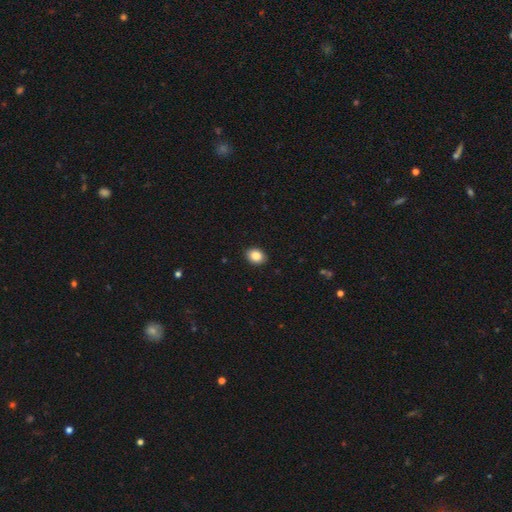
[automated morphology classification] smooth-or-featured: smooth: 87% | star or artifact: 8% | featured or disk: 5%
  how-rounded: in between: 58% | round: 41% | cigar-shaped: 1%
  merging: none: 90% | minor disturbance: 7% | major disturbance: 2% | merger: 1%